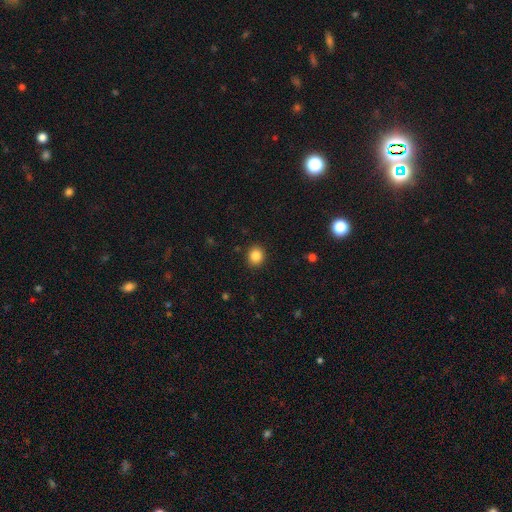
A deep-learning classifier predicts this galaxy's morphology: Smooth or featured? Predicted: smooth (p=0.85). How rounded? Predicted: round (p=0.79). Merging? Predicted: none (p=0.91).